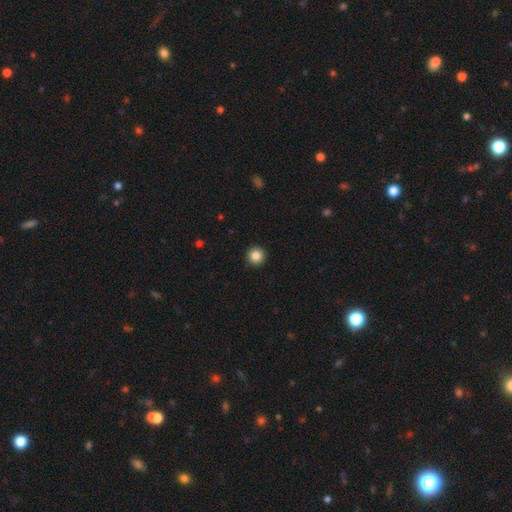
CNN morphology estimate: The model was most divided on "smooth or featured": smooth: 85%, star or artifact: 10%, featured or disk: 5%. More confident: how rounded — round (96%); merging — none (93%).